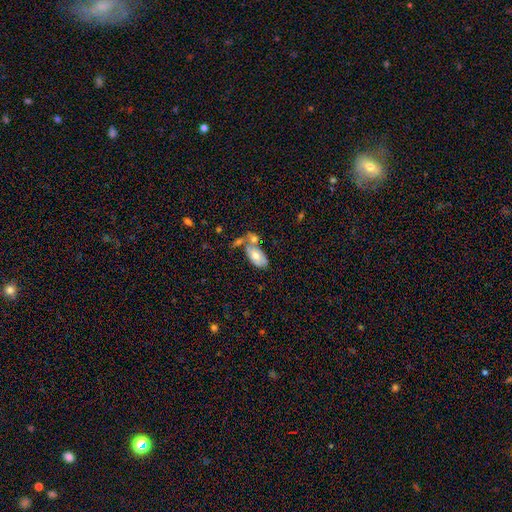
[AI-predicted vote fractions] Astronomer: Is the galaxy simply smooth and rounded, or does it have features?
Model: smooth — 64%.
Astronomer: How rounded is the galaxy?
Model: in between — 93%.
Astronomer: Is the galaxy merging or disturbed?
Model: merger — 39% (runner-up: none, 35%).